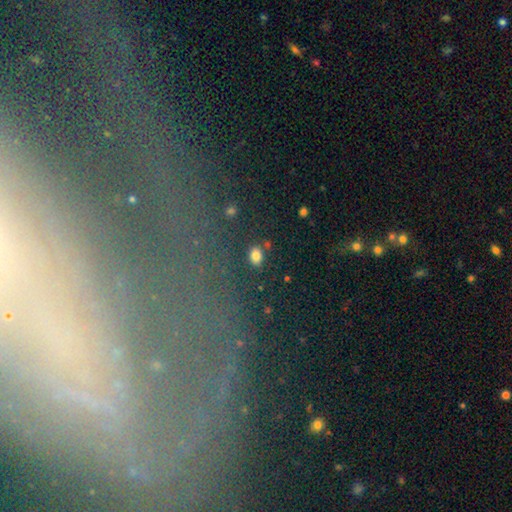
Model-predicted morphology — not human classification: This appears to be a smooth galaxy with no disk features (81%) that is in between round and cigar-shaped (76%). Merging: none (83%).